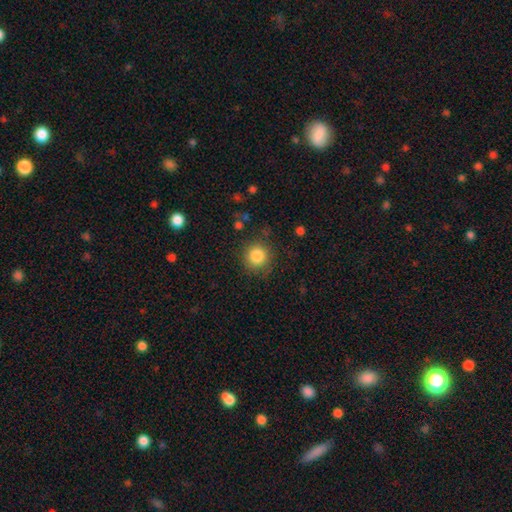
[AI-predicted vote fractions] smooth-or-featured: smooth: 84% | star or artifact: 11% | featured or disk: 5%
  how-rounded: round: 93% | in between: 6% | cigar-shaped: 1%
  merging: none: 84% | minor disturbance: 10% | major disturbance: 4% | merger: 2%